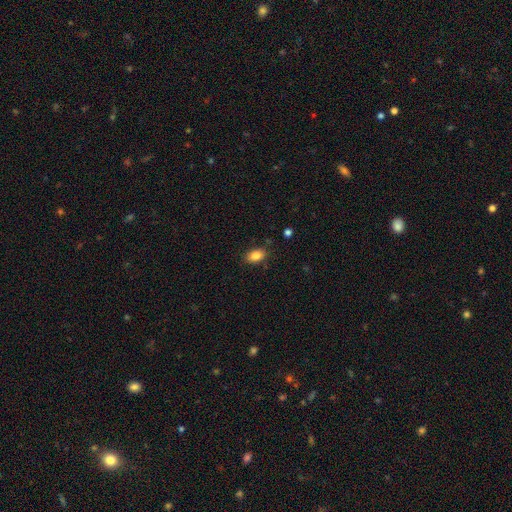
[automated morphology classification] This is clearly a smooth galaxy (85%). How rounded: clearly in between (87%). Merging: clearly none (84%).